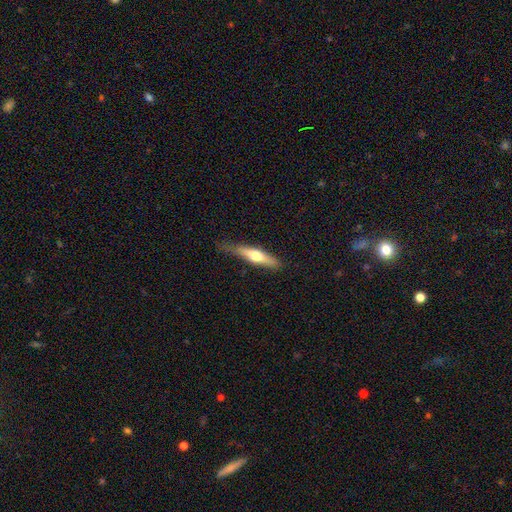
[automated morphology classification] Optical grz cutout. It shows a smooth galaxy with no disk features (48%). Merging: none (72%).